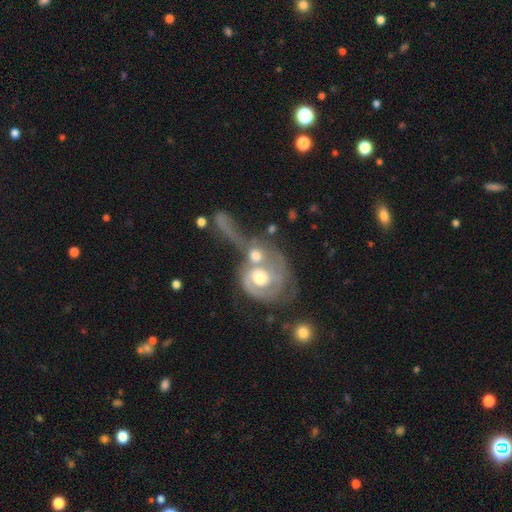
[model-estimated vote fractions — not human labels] This is likely a featured or disk galaxy (67%). It is clearly not viewed edge-on (95%). Bar: likely no (75%). Spiral arm pattern: likely yes (67%). Central bulge: likely moderate (64%). Merging: likely merger (70%).